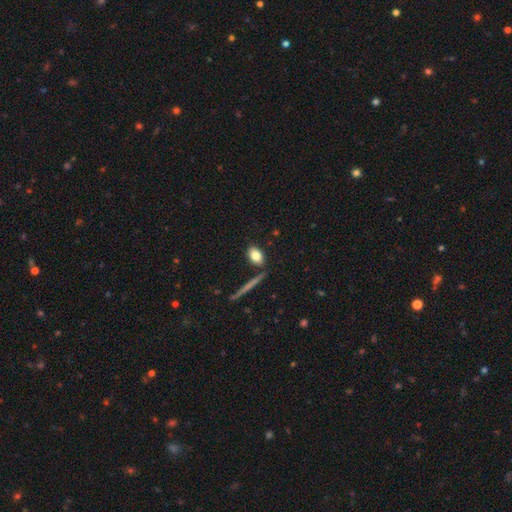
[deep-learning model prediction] smooth_or_featured: smooth (p=0.81) [alt: featured or disk p=0.11]
how_rounded: in between (p=0.83) [alt: round p=0.11]
merging: none (p=0.79) [alt: minor disturbance p=0.11]